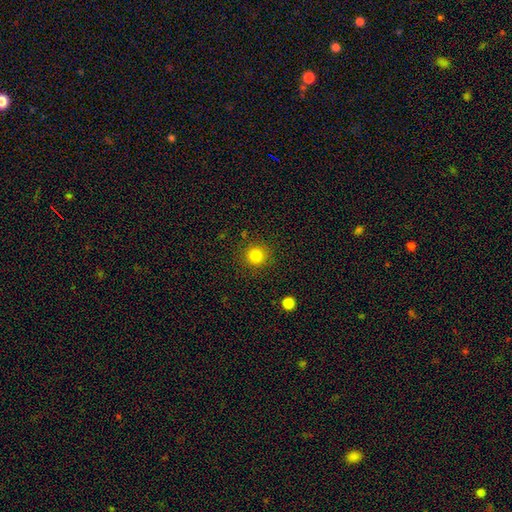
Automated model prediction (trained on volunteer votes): Smooth or featured? Predicted: smooth (p=0.83). How rounded? Predicted: round (p=0.94). Merging? Predicted: none (p=0.89).